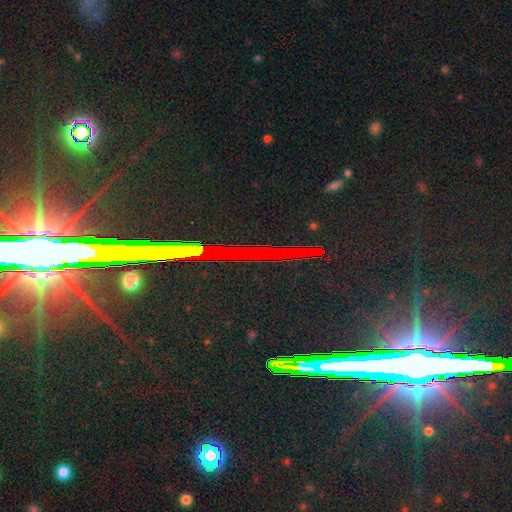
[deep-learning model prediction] The model was most divided on "smooth or featured": star or artifact: 82%, featured or disk: 12%, smooth: 7%.